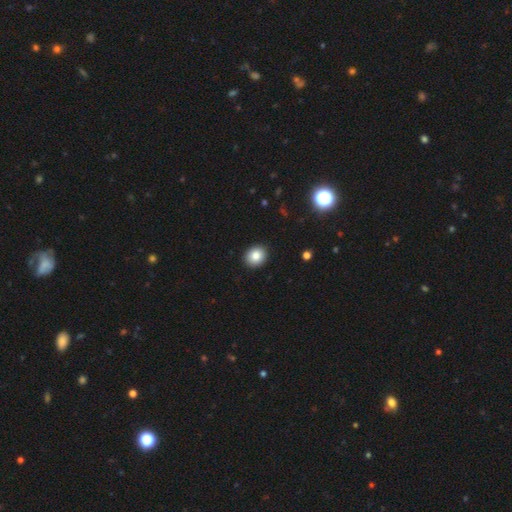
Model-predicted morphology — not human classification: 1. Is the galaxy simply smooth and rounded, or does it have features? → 84% smooth, 9% star or artifact, 7% featured or disk.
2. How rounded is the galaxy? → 71% round, 29% in between, 1% cigar-shaped.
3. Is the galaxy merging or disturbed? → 92% none, 6% minor disturbance, 2% major disturbance, 1% merger.